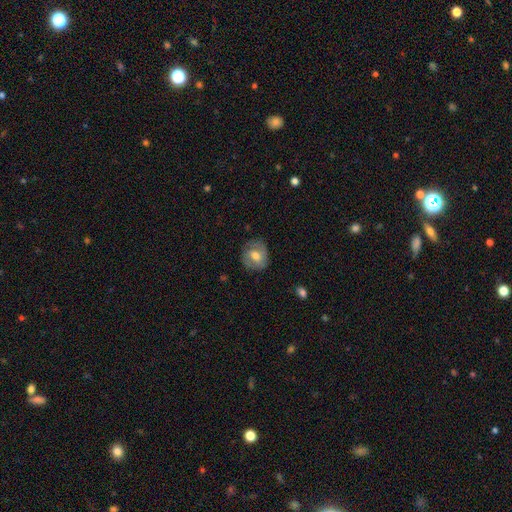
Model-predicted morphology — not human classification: Smooth or featured? Predicted: smooth (p=0.56). How rounded? Predicted: round (p=0.76). Merging? Predicted: none (p=0.77).